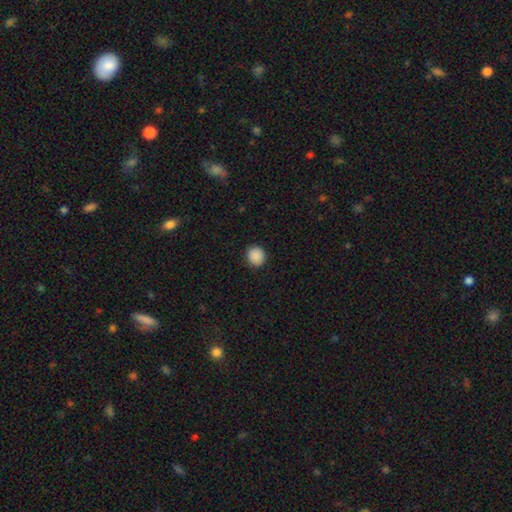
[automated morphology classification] Smooth or featured? smooth (89%)
How rounded? round (86%)
Merging? none (91%)